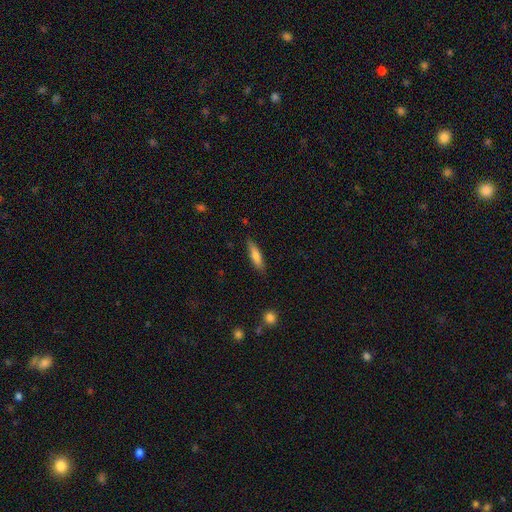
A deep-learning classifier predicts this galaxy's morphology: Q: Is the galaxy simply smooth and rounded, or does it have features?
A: smooth — 73%.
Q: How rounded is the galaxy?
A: cigar-shaped — 73%.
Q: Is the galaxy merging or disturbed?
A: none — 83%.